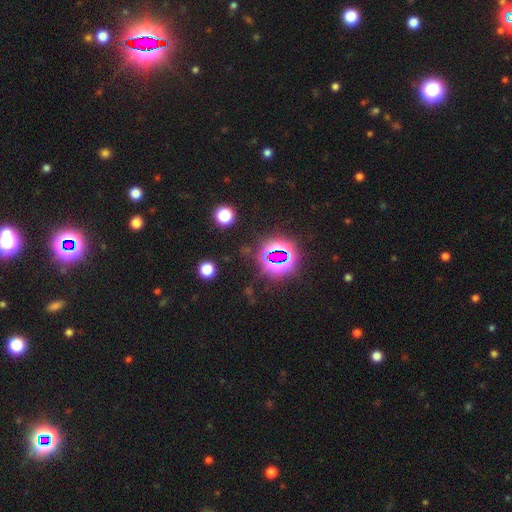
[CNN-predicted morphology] Q: Smooth or featured?
A: star or artifact (81%); runner-up: smooth (11%)